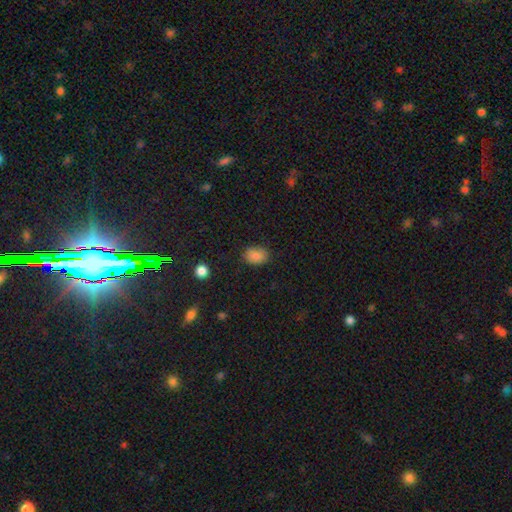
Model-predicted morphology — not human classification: A smooth galaxy with no disk features (86%) that is in between round and cigar-shaped (70%). Merging: none (79%).